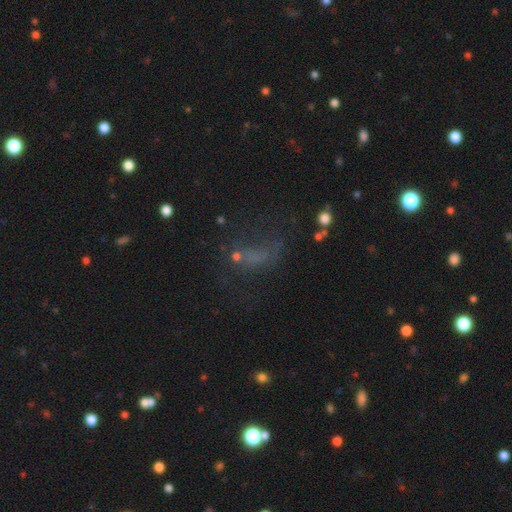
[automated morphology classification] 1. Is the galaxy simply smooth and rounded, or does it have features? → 36% smooth (tied), 36% star or artifact (tied), 29% featured or disk.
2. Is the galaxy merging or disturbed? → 41% none, 34% major disturbance, 17% minor disturbance, 8% merger.